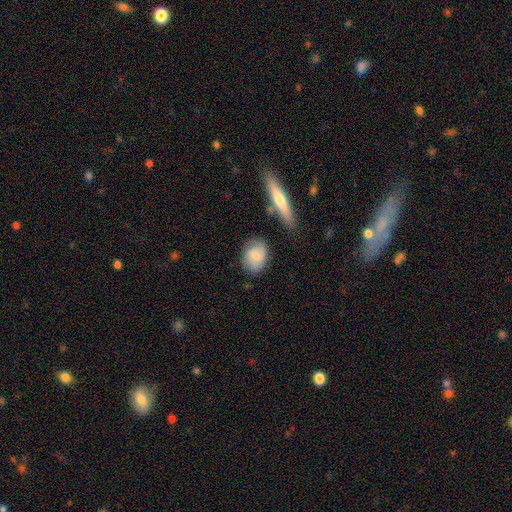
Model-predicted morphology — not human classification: type=smooth (72%); roundness=in between (73%); merging=none (72%).